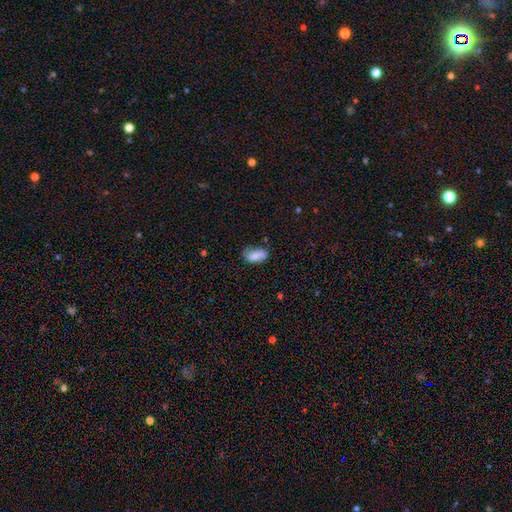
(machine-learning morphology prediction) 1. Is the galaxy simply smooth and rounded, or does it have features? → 78% smooth, 14% featured or disk, 8% star or artifact.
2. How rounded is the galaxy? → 89% in between, 6% cigar-shaped, 4% round.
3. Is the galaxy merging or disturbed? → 61% none, 28% minor disturbance, 7% major disturbance, 3% merger.